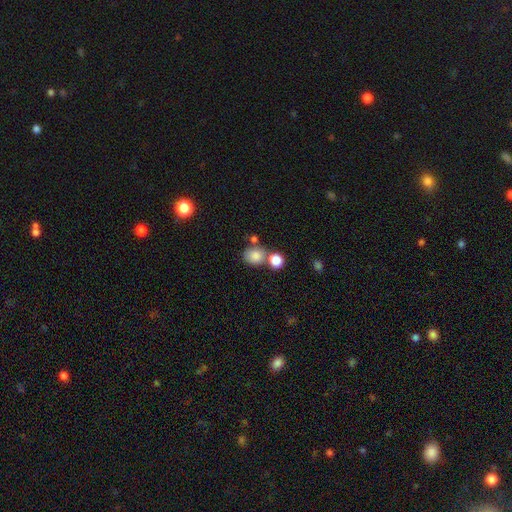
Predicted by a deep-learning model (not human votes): smooth 82%, star or artifact 10%, featured or disk 7%. Down the decision tree: how rounded — round (69%); merging — none (55%).